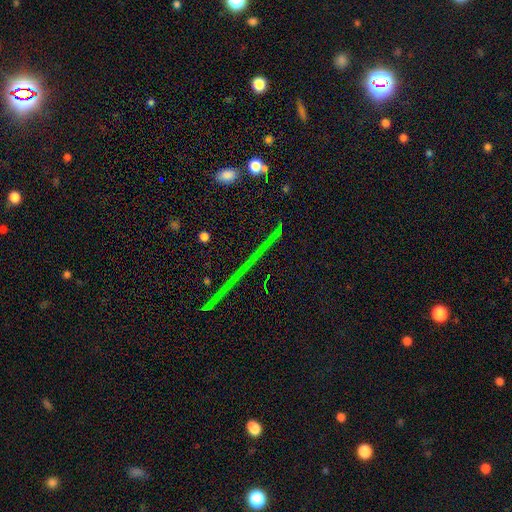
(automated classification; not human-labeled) Overall: star or artifact (61%; featured or disk 25%).